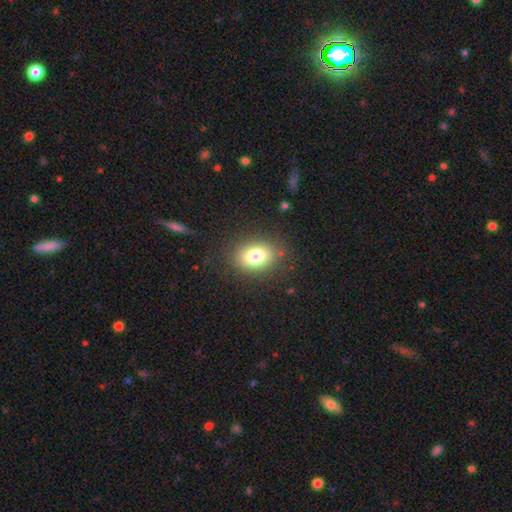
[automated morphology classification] type=smooth (80%); roundness=in between (72%); merging=none (85%).